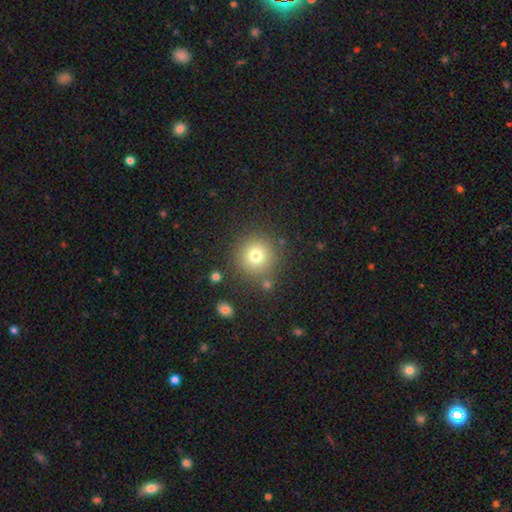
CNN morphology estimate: A smooth galaxy with no disk features (76%) that is round (94%).

Vote fractions:
- Smooth or featured? smooth: 76% / star or artifact: 14% / featured or disk: 10%
- How rounded? round: 94% / in between: 5% / cigar-shaped: 1%
- Merging? none: 84% / minor disturbance: 8% / merger: 4% / major disturbance: 3%